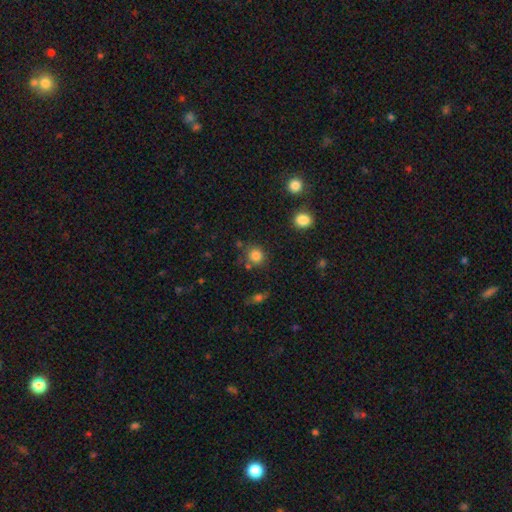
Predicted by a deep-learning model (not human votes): A smooth galaxy with no disk features (83%) that is round (88%). Merging: none (77%).